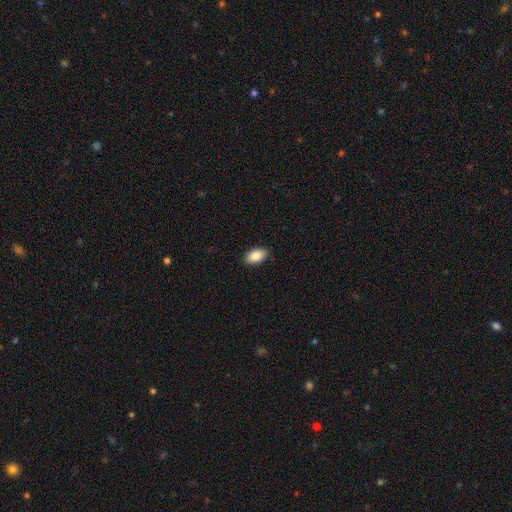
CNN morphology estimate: smooth-or-featured: smooth: 88% | star or artifact: 7% | featured or disk: 6%
  how-rounded: in between: 94% | round: 4% | cigar-shaped: 3%
  merging: none: 88% | minor disturbance: 9% | major disturbance: 2% | merger: 1%